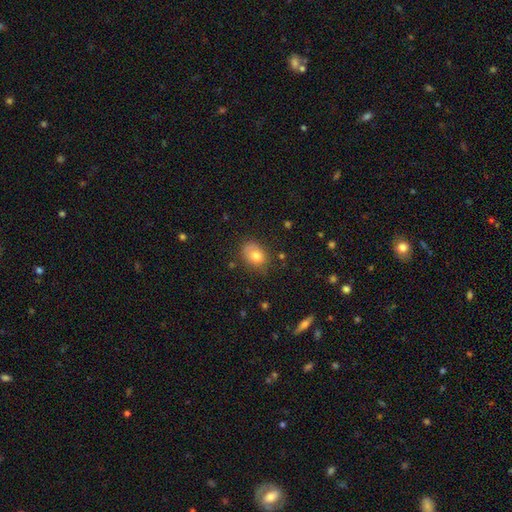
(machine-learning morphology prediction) smooth-or-featured: smooth: 76% | featured or disk: 15% | star or artifact: 10%
  how-rounded: in between: 62% | round: 37% | cigar-shaped: 1%
  merging: none: 64% | minor disturbance: 26% | major disturbance: 8% | merger: 3%